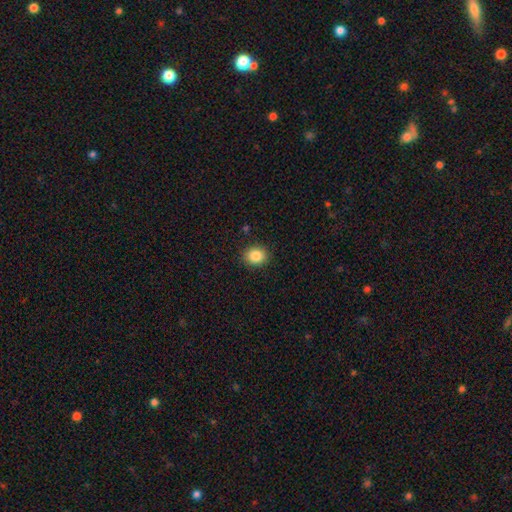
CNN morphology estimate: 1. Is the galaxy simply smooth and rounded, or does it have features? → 85% smooth, 10% star or artifact, 5% featured or disk.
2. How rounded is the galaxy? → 64% round, 35% in between, 1% cigar-shaped.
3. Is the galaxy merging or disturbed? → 89% none, 7% minor disturbance, 2% major disturbance, 1% merger.